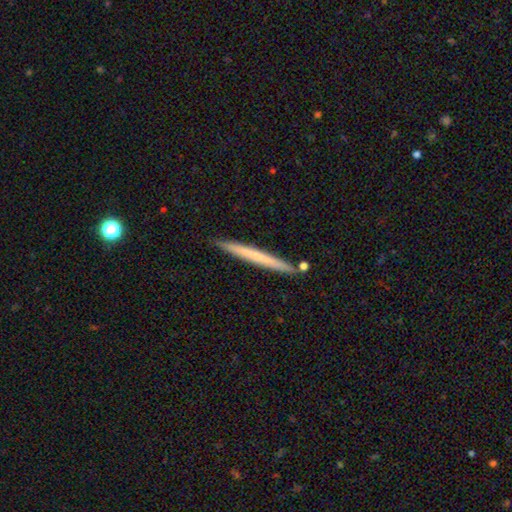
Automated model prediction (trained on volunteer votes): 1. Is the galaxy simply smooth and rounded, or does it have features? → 57% smooth, 38% featured or disk, 5% star or artifact.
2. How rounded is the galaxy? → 97% cigar-shaped, 2% in between, 1% round.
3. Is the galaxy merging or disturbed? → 89% none, 7% minor disturbance, 3% merger, 1% major disturbance.